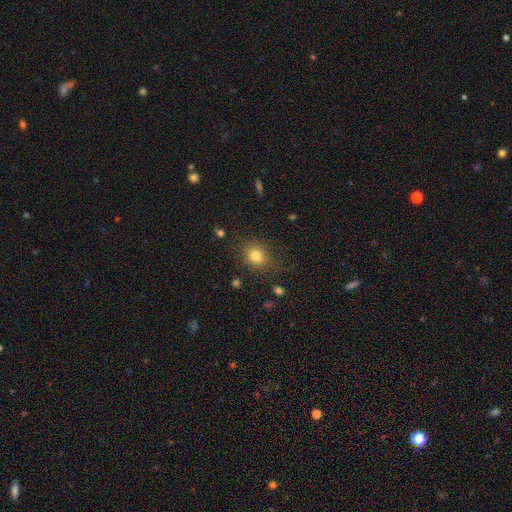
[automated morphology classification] Smooth or featured? smooth (78%)
How rounded? round (56%)
Merging? none (78%)